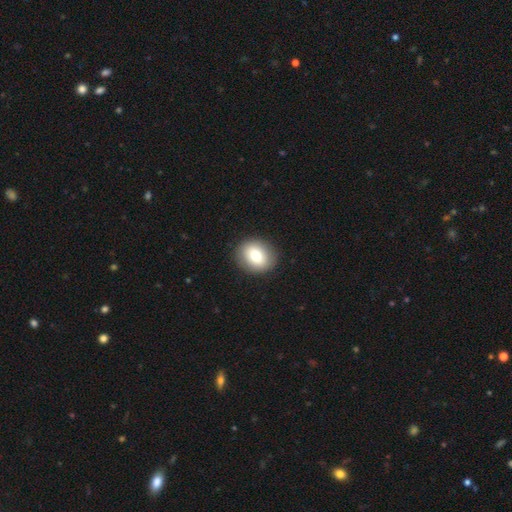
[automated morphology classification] Smooth or featured: smooth — 76% (featured or disk — 16%)
How rounded: round — 66% (in between — 33%)
Merging: none — 89% (minor disturbance — 7%)